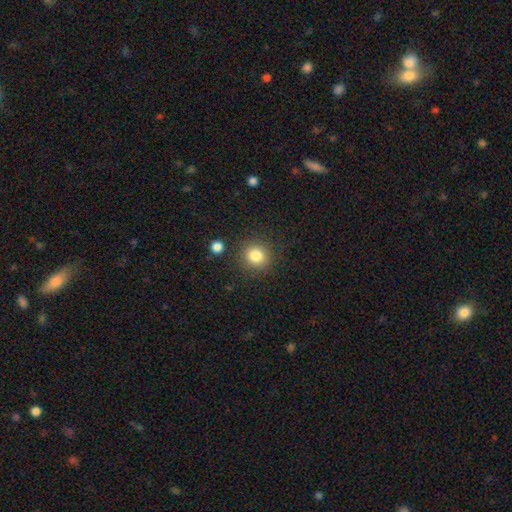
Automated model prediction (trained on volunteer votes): A smooth galaxy with no disk features (83%) that is round (89%).

Vote fractions:
- Smooth or featured? smooth: 83% / star or artifact: 11% / featured or disk: 6%
- How rounded? round: 89% / in between: 10% / cigar-shaped: 1%
- Merging? none: 86% / minor disturbance: 8% / merger: 3% / major disturbance: 3%